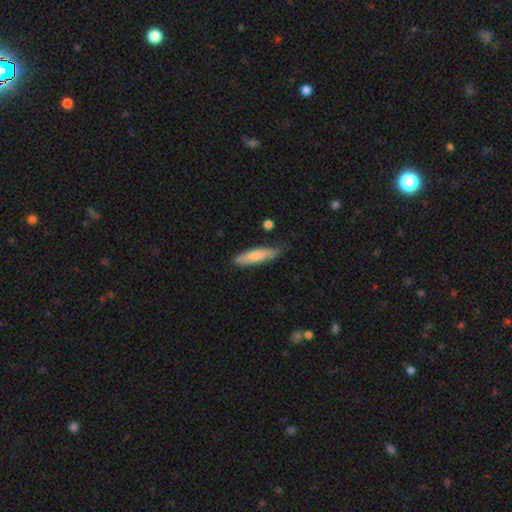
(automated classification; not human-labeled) A smooth galaxy with no disk features (71%) that is cigar-shaped (72%). Merging: none (74%).